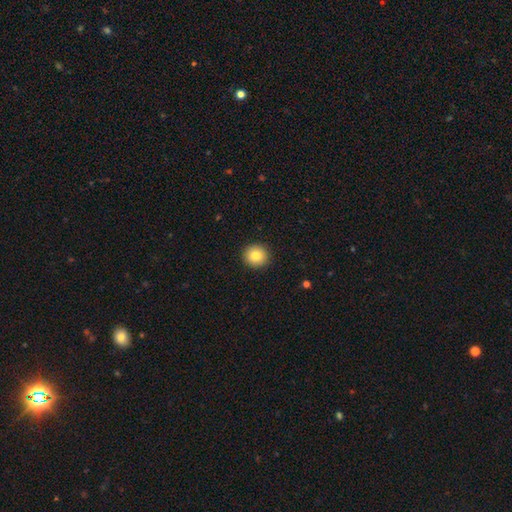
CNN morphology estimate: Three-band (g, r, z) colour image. It shows a smooth galaxy with no disk features (82%) that is round (94%). Merging: none (93%).